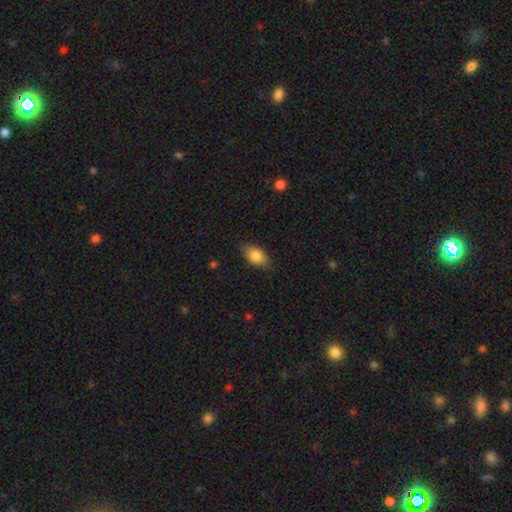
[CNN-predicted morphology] Smooth or featured: smooth — 83% (featured or disk — 10%)
How rounded: in between — 88% (round — 7%)
Merging: none — 80% (minor disturbance — 16%)